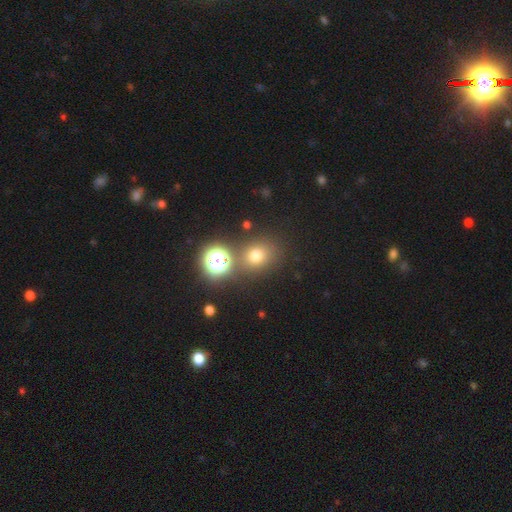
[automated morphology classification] smooth 67%, star or artifact 24%, featured or disk 9%. Down the decision tree: how rounded — round (69%); merging — none (76%).